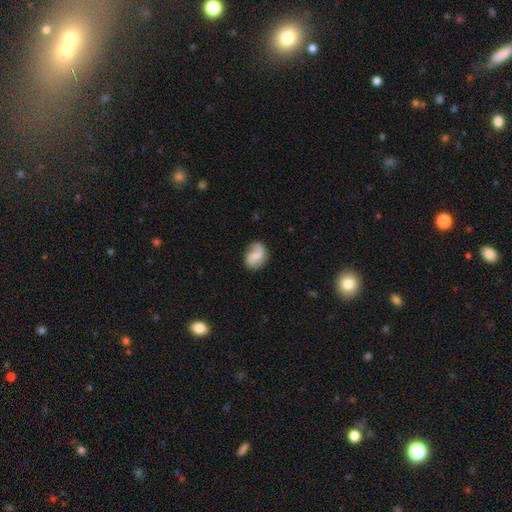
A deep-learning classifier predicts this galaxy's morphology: A featured or disk galaxy (55%) with a weak bar (44%), spiral arms (91%) and no central bulge (38%).

Vote fractions:
- Smooth or featured? featured or disk: 55% / smooth: 38% / star or artifact: 7%
- Edge-on disk? no: 98% / yes: 2%
- Bar? weak: 44% / no: 43% / strong: 13%
- Spiral arms? yes: 91% / no: 9%
- Bulge size? none: 38% / small: 37% / moderate: 20% / large: 4% / dominant: 2%
- Merging? none: 74% / minor disturbance: 18% / major disturbance: 7% / merger: 2%